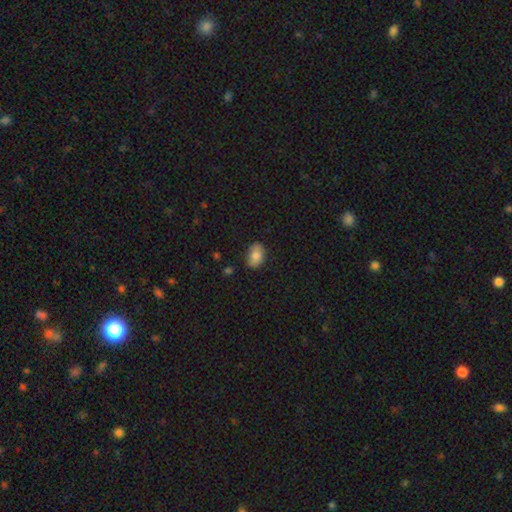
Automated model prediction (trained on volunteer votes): Morphology: type=smooth (82%); roundness=in between (84%); merging=none (78%).